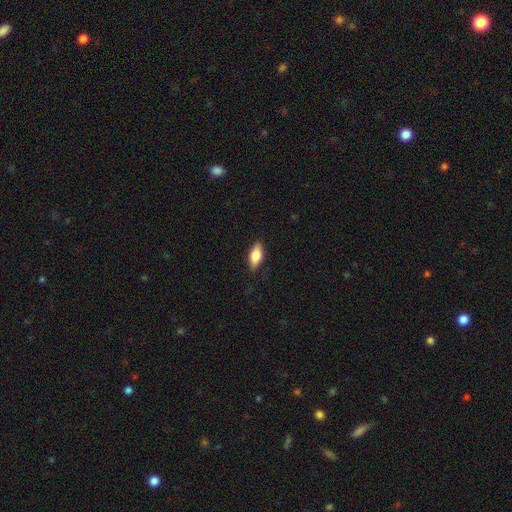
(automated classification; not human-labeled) Smooth or featured: smooth — 77% (featured or disk — 16%)
How rounded: in between — 84% (cigar-shaped — 13%)
Merging: none — 84% (minor disturbance — 12%)